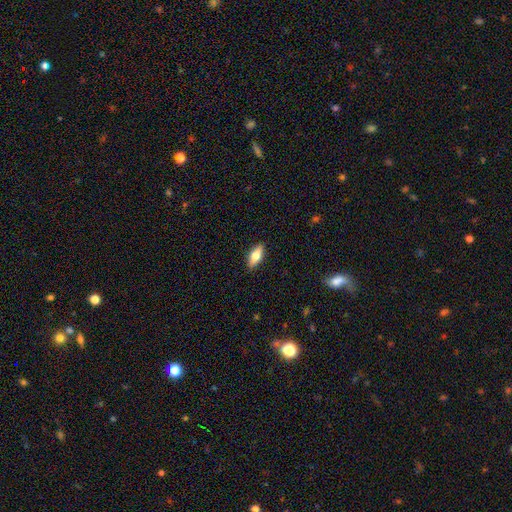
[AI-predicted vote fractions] The model was most divided on "smooth or featured": smooth: 65%, featured or disk: 28%, star or artifact: 7%. More confident: merging — none (88%); how rounded — in between (75%).